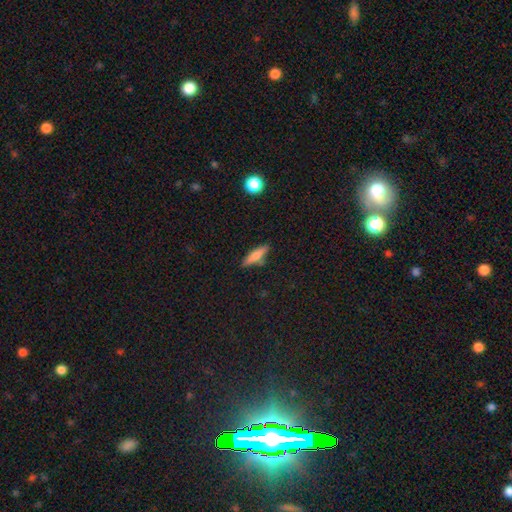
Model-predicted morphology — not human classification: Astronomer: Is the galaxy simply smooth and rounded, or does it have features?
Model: smooth — 70%.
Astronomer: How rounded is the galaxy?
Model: cigar-shaped — 67%.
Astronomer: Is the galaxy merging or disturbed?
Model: none — 80%.